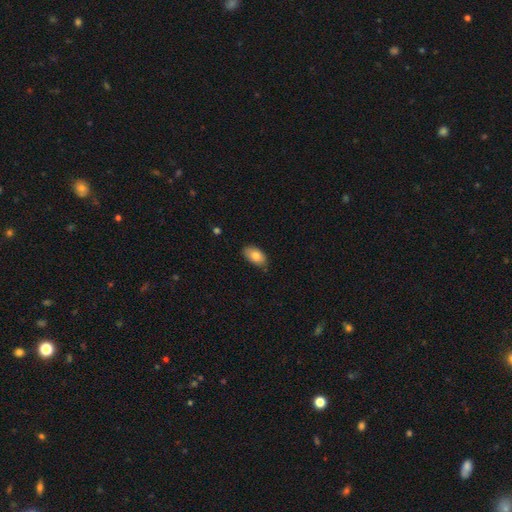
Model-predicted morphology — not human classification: The model was most divided on "merging": none: 77%, minor disturbance: 20%, major disturbance: 3%, merger: 1%. More confident: how rounded — in between (93%); smooth or featured — smooth (81%).